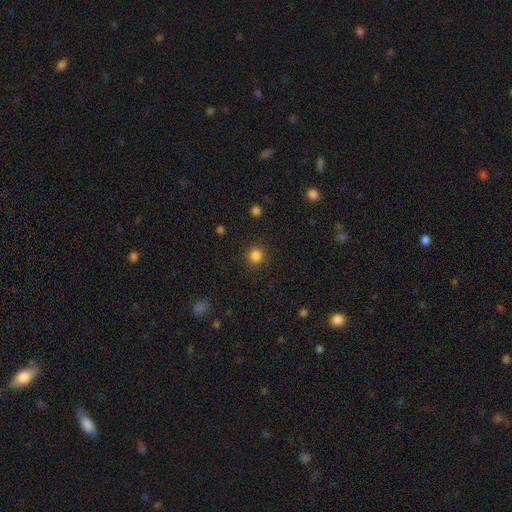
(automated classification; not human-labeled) Smooth or featured? Predicted: smooth (p=0.84). How rounded? Predicted: round (p=0.90). Merging? Predicted: none (p=0.90).